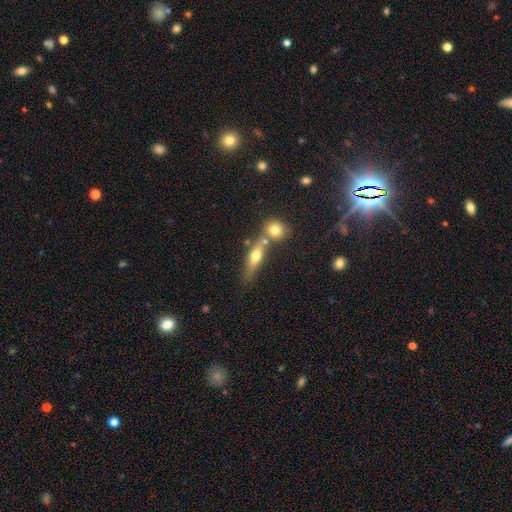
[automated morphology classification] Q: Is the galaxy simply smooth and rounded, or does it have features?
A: smooth — 58%.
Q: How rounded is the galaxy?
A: cigar-shaped — 45%, tied with in between.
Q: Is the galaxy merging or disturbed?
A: none — 49%.